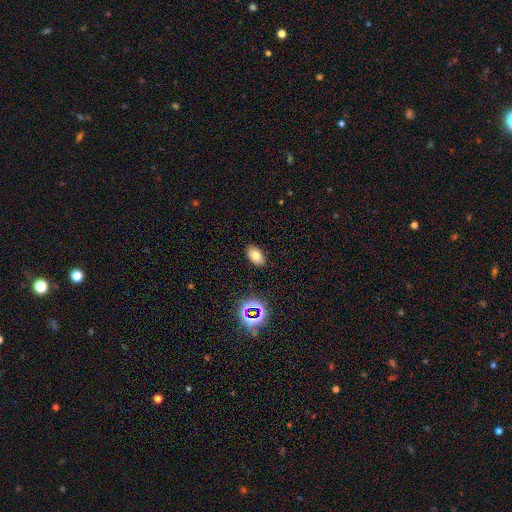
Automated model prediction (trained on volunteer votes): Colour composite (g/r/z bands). It shows a smooth galaxy with no disk features (77%) that is in between round and cigar-shaped (92%). Merging: none (87%).